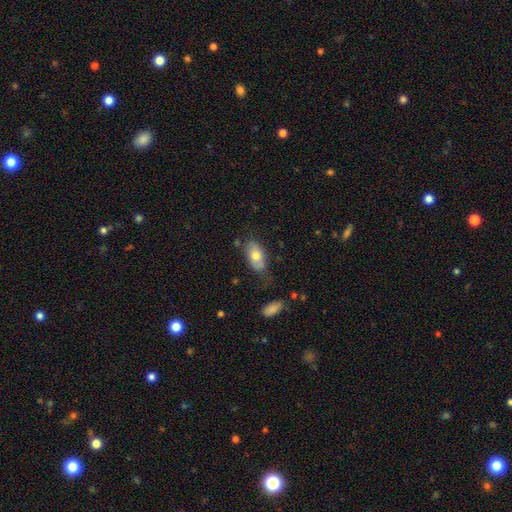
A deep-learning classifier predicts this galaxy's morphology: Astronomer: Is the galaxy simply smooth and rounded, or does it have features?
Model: smooth — 70%.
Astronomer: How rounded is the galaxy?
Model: in between — 91%.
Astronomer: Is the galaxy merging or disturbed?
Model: none — 63%.